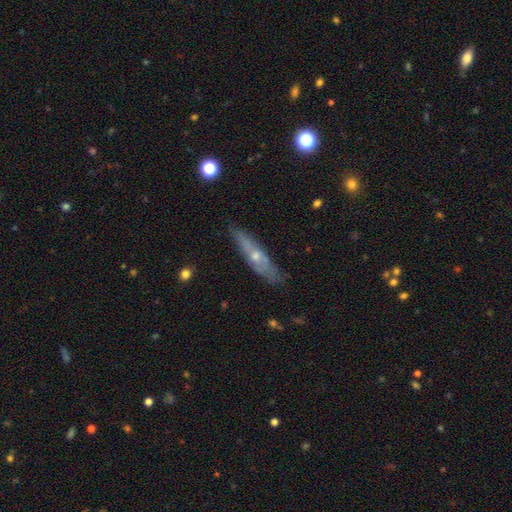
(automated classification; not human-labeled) smooth_or_featured: featured or disk (p=0.57) [alt: smooth p=0.36]
disk_edge_on: yes (p=0.72) [alt: no p=0.28]
merging: none (p=0.79) [alt: minor disturbance p=0.16]